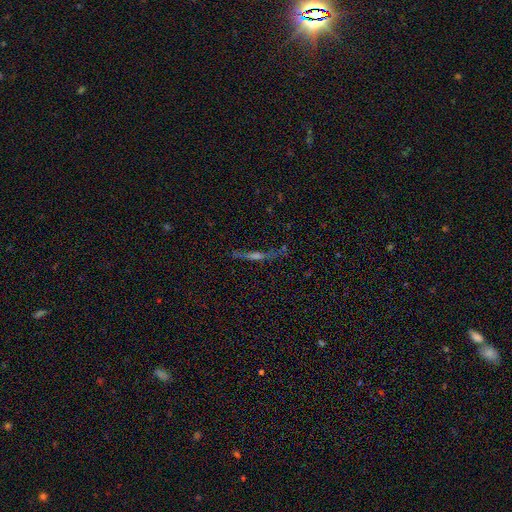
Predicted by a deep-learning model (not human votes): This appears to be a featured or disk galaxy (55%) viewed edge-on (89%). Merging: none (71%).